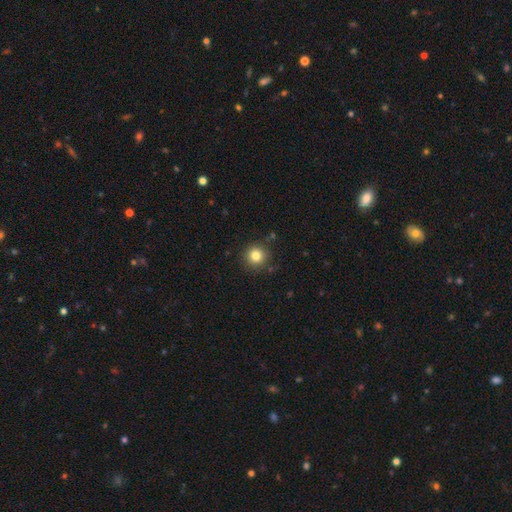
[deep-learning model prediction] A smooth galaxy with no disk features (82%) that is round (94%).

Vote fractions:
- Smooth or featured? smooth: 82% / star or artifact: 11% / featured or disk: 6%
- How rounded? round: 94% / in between: 5% / cigar-shaped: 1%
- Merging? none: 88% / minor disturbance: 7% / major disturbance: 2% / merger: 2%